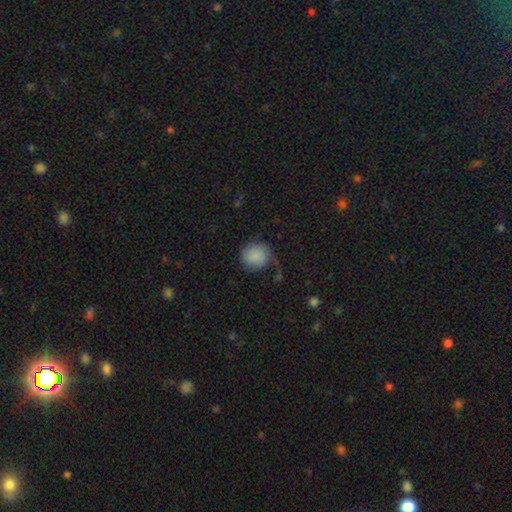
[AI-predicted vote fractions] Q: Smooth or featured?
A: smooth (78%); runner-up: featured or disk (14%)
Q: How rounded?
A: round (85%); runner-up: in between (14%)
Q: Merging?
A: none (47%); runner-up: minor disturbance (28%)